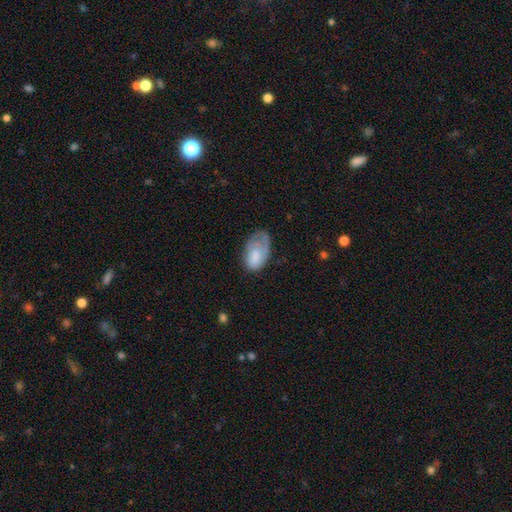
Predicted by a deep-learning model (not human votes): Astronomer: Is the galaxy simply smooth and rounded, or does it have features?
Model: smooth — 64%.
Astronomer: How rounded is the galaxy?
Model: in between — 92%.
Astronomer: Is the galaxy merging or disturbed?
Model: none — 37% (runner-up: minor disturbance, 33%).